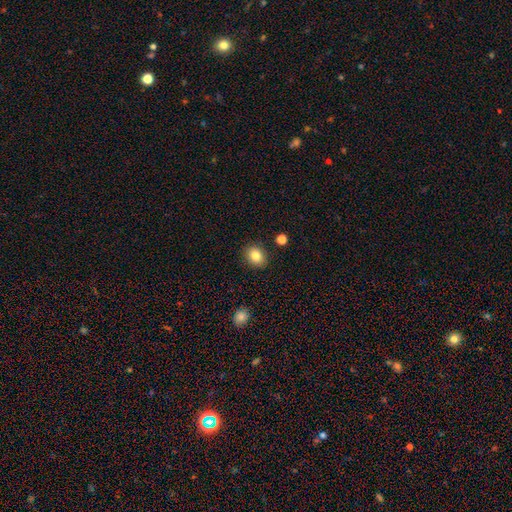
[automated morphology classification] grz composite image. It shows a smooth galaxy with no disk features (84%) that is in between round and cigar-shaped (50%). Merging: none (88%).